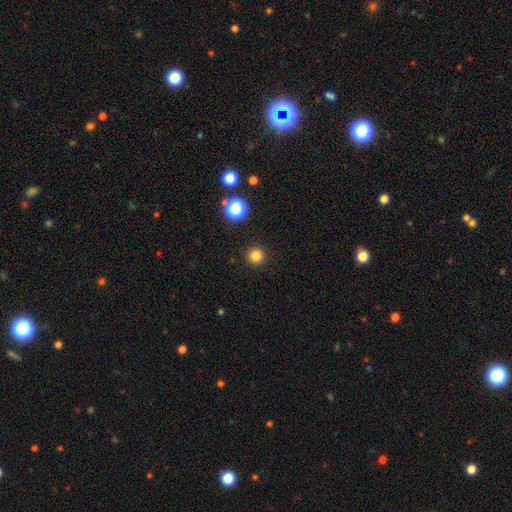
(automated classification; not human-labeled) A smooth galaxy with no disk features (82%) that is round (96%).

Vote fractions:
- Smooth or featured? smooth: 82% / star or artifact: 14% / featured or disk: 4%
- How rounded? round: 96% / in between: 3% / cigar-shaped: 1%
- Merging? none: 93% / minor disturbance: 4% / major disturbance: 2% / merger: 1%